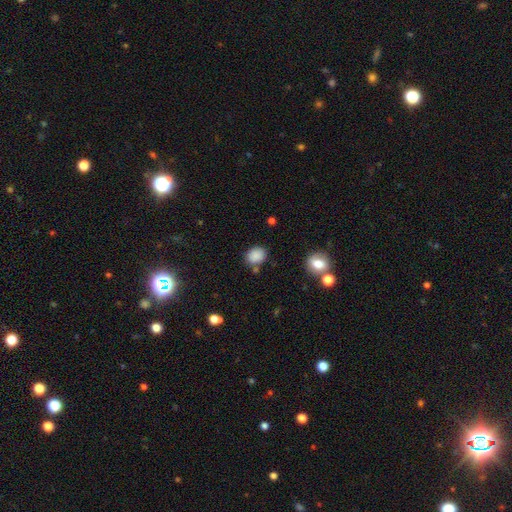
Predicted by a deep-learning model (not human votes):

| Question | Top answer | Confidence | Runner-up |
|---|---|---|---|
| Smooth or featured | smooth | 86% | star or artifact (10%) |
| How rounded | in between | 53% | round (46%) |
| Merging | none | 74% | minor disturbance (15%) |